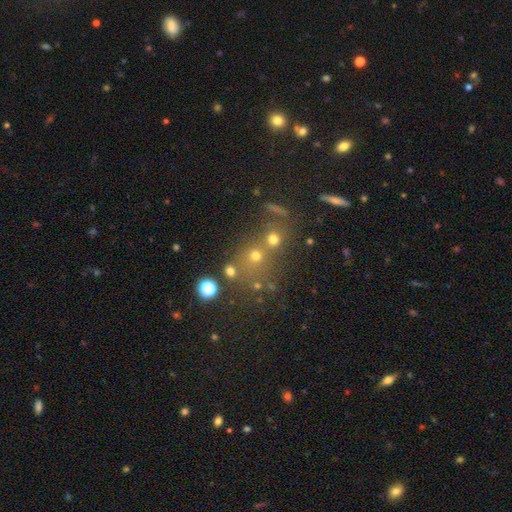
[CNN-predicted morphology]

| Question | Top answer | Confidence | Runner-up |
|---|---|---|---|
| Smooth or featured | star or artifact | 49% | smooth (37%) |